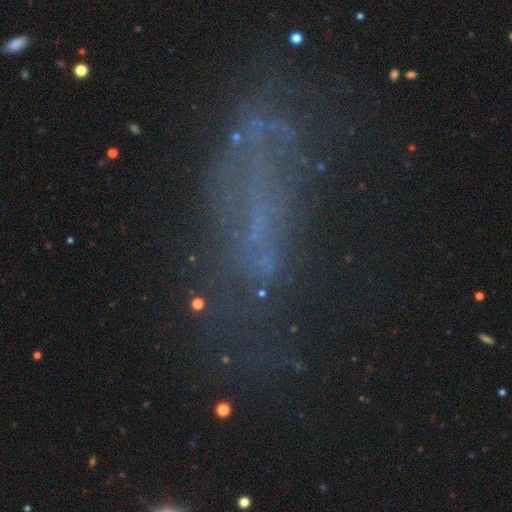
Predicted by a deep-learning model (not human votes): Q: Smooth or featured?
A: featured or disk (43%); runner-up: star or artifact (31%)
Q: Merging?
A: none (44%); runner-up: major disturbance (30%)